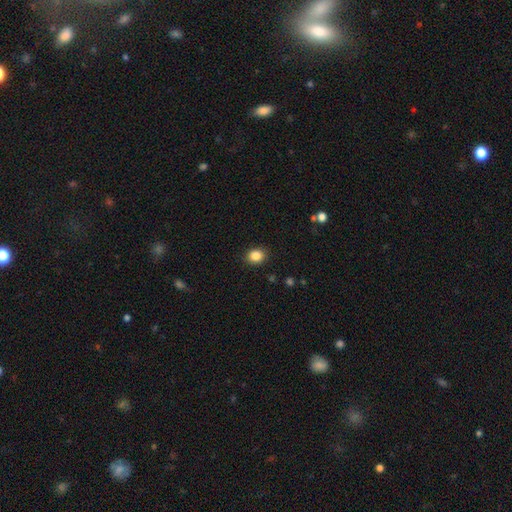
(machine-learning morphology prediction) Overall: smooth (86%). How rounded: round (61%; in between 38%). Merging: none (89%).